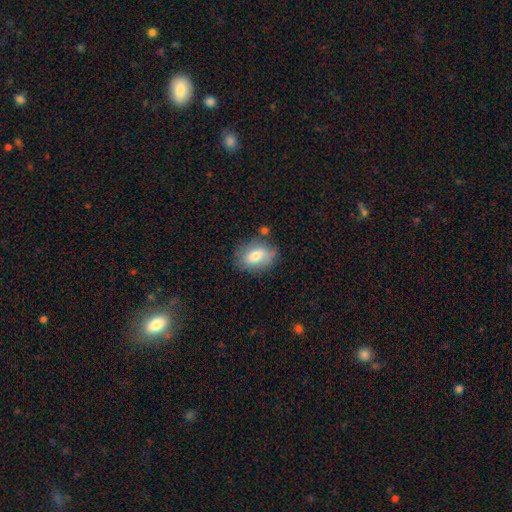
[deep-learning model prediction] Smooth or featured?
  - smooth: 73% *
  - featured or disk: 19%
  - star or artifact: 8%
How rounded?
  - in between: 79% *
  - round: 18%
  - cigar-shaped: 2%
Merging?
  - none: 70% *
  - minor disturbance: 20%
  - major disturbance: 5%
  - merger: 5%